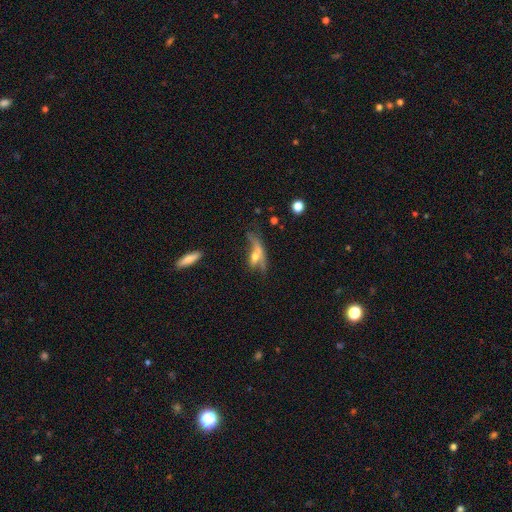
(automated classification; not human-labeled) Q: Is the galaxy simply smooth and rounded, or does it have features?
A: featured or disk — 49%.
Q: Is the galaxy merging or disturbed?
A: major disturbance — 31%.